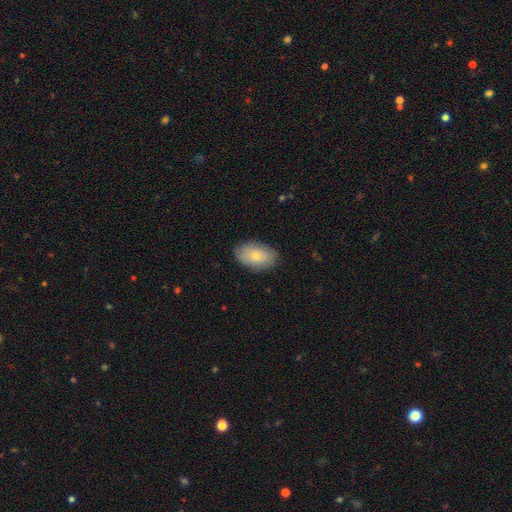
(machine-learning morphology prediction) smooth-or-featured: smooth: 76% | featured or disk: 18% | star or artifact: 7%
  how-rounded: in between: 92% | round: 7% | cigar-shaped: 1%
  merging: none: 86% | minor disturbance: 11% | major disturbance: 2% | merger: 1%